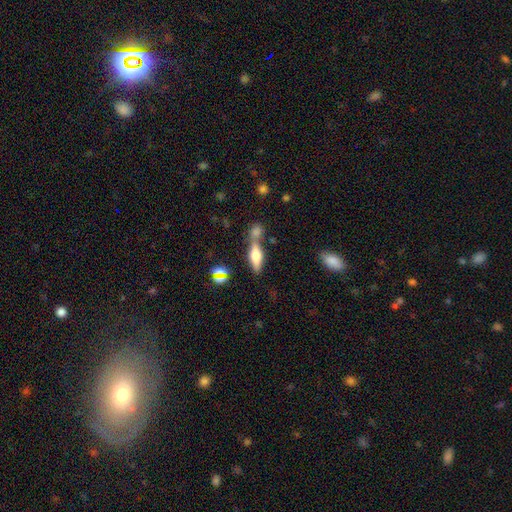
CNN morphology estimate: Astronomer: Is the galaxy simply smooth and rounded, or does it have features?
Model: smooth — 56% (runner-up: featured or disk, 33%).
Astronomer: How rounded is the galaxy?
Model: in between — 51% (runner-up: cigar-shaped, 45%).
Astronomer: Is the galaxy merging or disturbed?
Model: none — 50% (runner-up: merger, 33%).